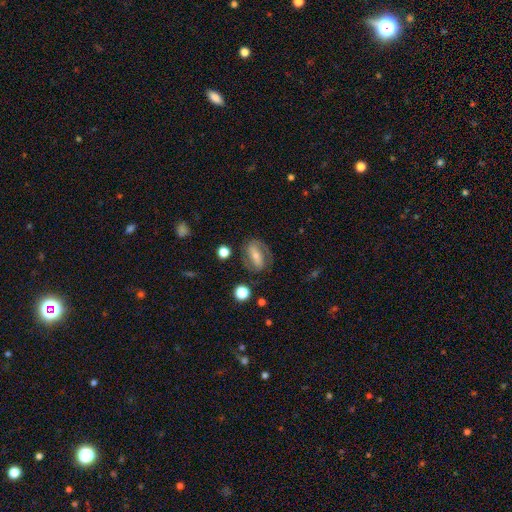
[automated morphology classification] featured or disk 58%, smooth 34%, star or artifact 8%. Down the decision tree: edge-on disk — no (91%); bar — strong (49%); spiral arms — yes (66%); bulge size — small (49%); merging — none (71%).